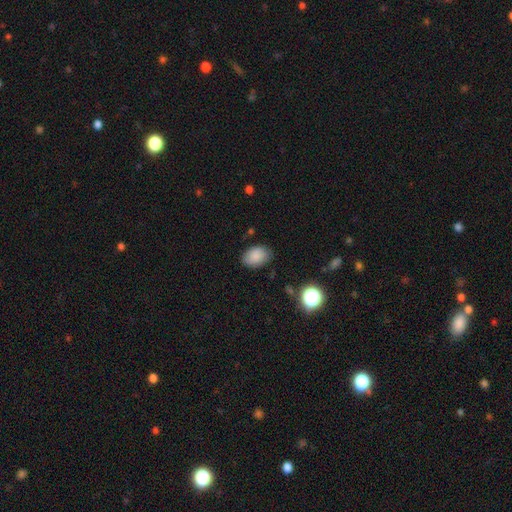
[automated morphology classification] type=smooth (86%); roundness=in between (85%); merging=none (82%).